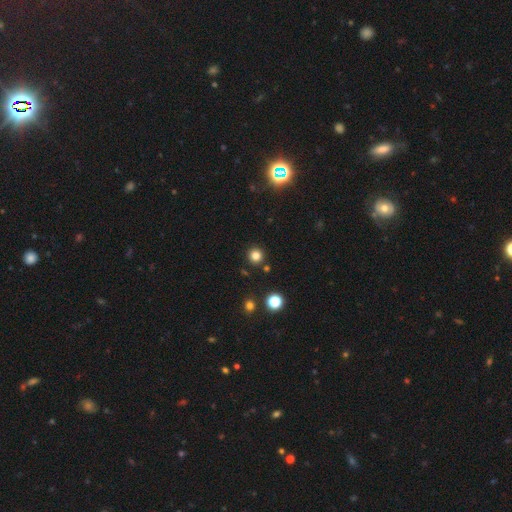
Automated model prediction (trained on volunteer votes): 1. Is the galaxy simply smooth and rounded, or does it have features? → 81% smooth, 15% star or artifact, 4% featured or disk.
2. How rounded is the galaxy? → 95% round, 4% in between, 1% cigar-shaped.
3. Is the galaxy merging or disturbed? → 90% none, 5% minor disturbance, 3% merger, 2% major disturbance.